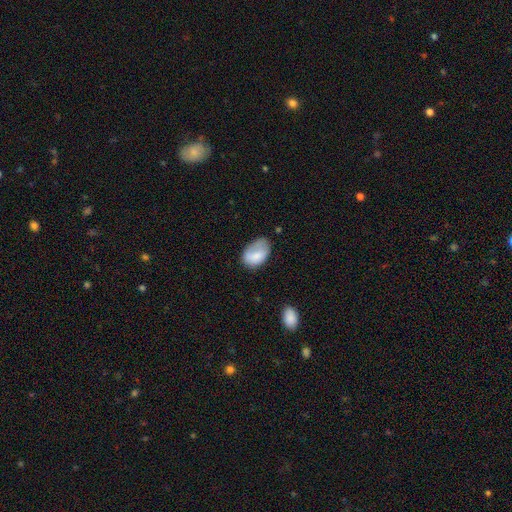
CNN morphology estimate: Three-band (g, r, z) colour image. It shows a smooth galaxy with no disk features (77%) that is in between round and cigar-shaped (88%). Merging: none (46%).